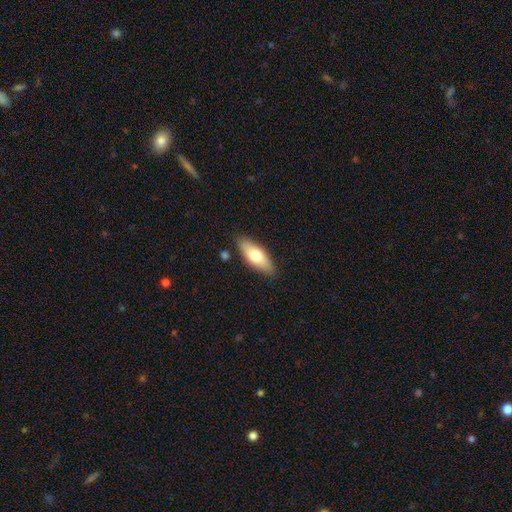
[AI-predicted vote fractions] Smooth or featured?
  - smooth: 69% *
  - featured or disk: 25%
  - star or artifact: 6%
How rounded?
  - in between: 70% *
  - cigar-shaped: 28%
  - round: 2%
Merging?
  - none: 85% *
  - minor disturbance: 11%
  - merger: 2%
  - major disturbance: 2%